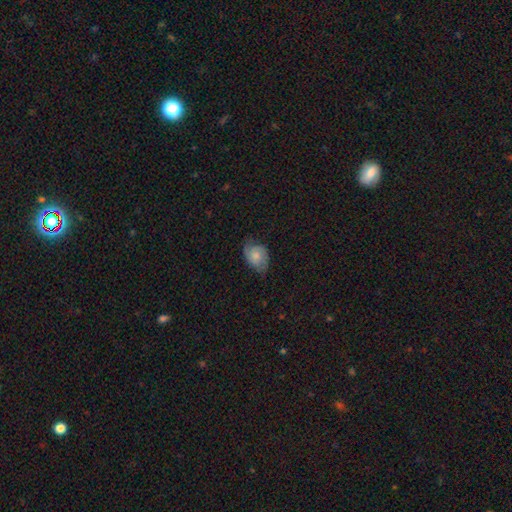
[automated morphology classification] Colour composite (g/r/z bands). It shows a smooth galaxy with no disk features (54%) that is in between round and cigar-shaped (73%). Merging: none (57%).